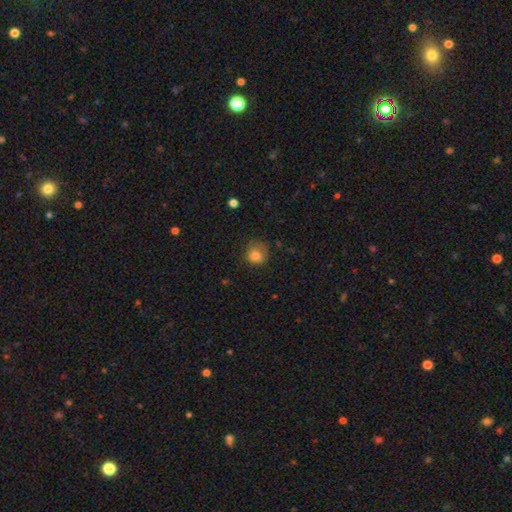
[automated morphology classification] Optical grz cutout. It shows a smooth galaxy with no disk features (79%) that is round (84%). Merging: none (61%).